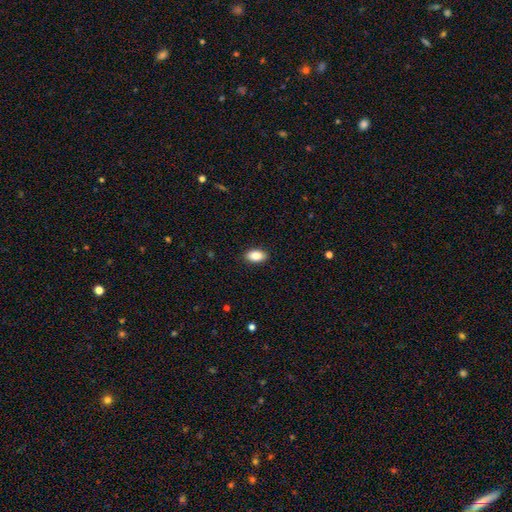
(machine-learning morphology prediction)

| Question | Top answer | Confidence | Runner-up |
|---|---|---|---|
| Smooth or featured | smooth | 88% | star or artifact (7%) |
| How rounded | in between | 92% | round (5%) |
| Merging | none | 89% | minor disturbance (8%) |